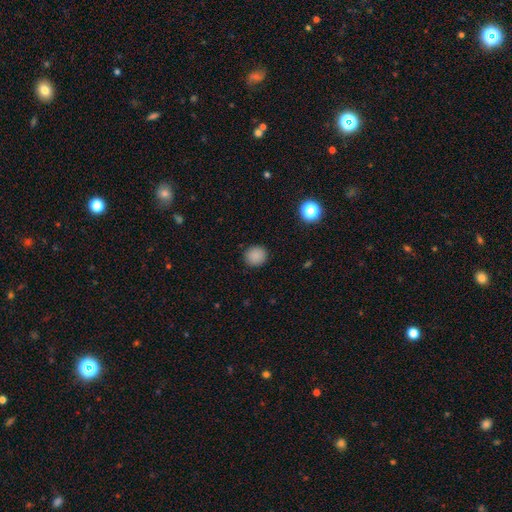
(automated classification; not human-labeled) The model was most divided on "smooth or featured": smooth: 86%, star or artifact: 11%, featured or disk: 4%. More confident: merging — none (90%); how rounded — round (88%).